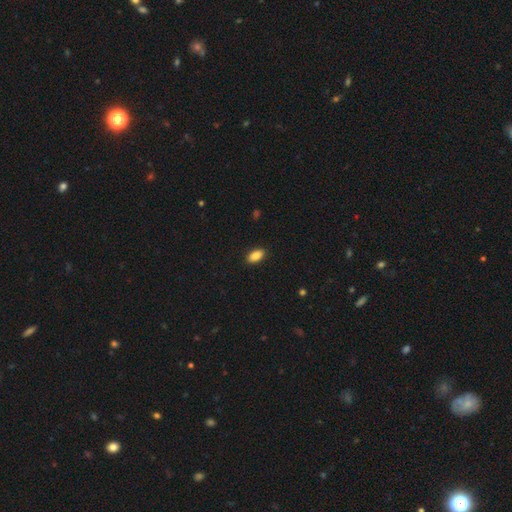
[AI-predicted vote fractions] Smooth or featured: smooth — 87% (star or artifact — 8%)
How rounded: in between — 92% (cigar-shaped — 5%)
Merging: none — 90% (minor disturbance — 8%)